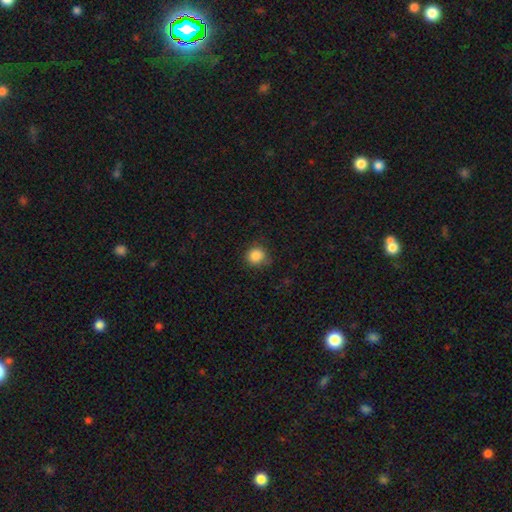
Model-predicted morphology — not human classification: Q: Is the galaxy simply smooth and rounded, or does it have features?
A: smooth — 86%.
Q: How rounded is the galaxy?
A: round — 91%.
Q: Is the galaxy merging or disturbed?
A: none — 83%.